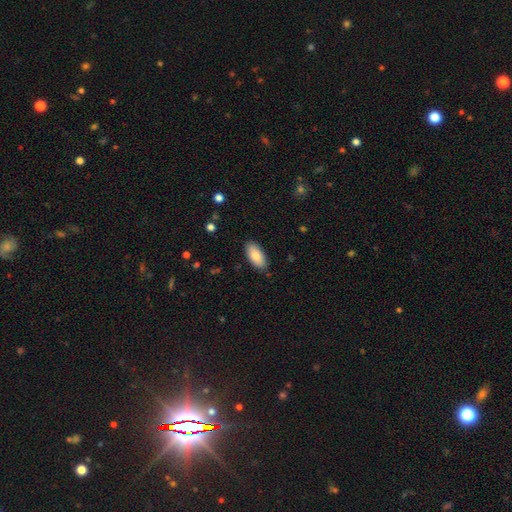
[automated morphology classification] smooth_or_featured: smooth (p=0.84) [alt: featured or disk p=0.10]
how_rounded: in between (p=0.92) [alt: cigar-shaped p=0.06]
merging: none (p=0.87) [alt: minor disturbance p=0.10]